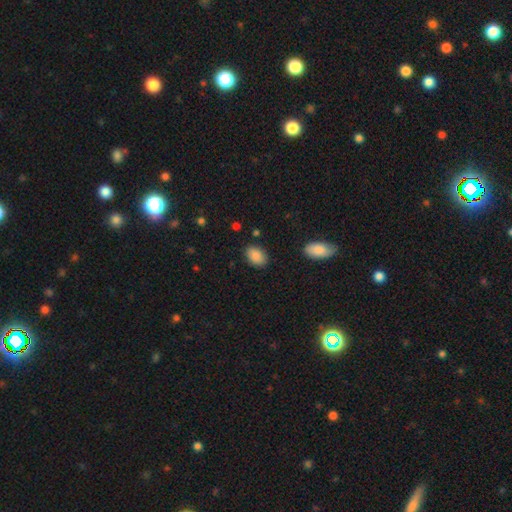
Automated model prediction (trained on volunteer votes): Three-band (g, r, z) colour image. It shows a smooth galaxy with no disk features (88%) that is in between round and cigar-shaped (86%). Merging: none (85%).